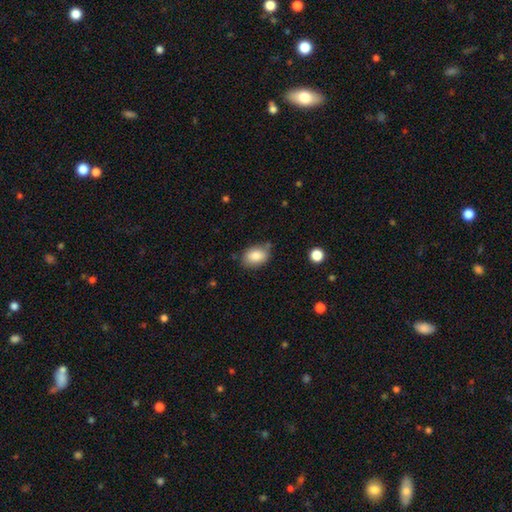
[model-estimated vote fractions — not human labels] Morphology: type=smooth (84%); roundness=in between (83%); merging=none (71%).